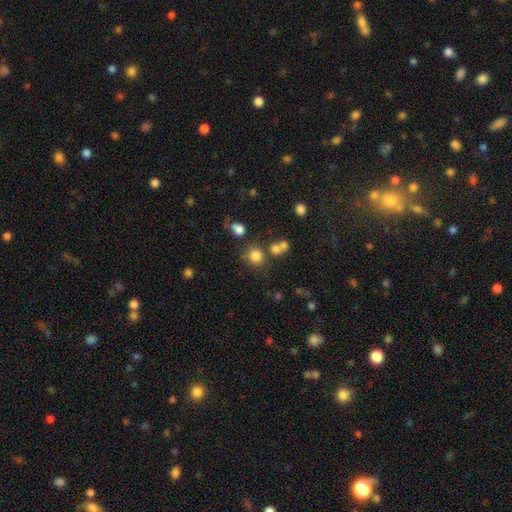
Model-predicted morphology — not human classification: Q: Smooth or featured?
A: smooth (78%); runner-up: star or artifact (15%)
Q: How rounded?
A: round (87%); runner-up: in between (12%)
Q: Merging?
A: none (66%); runner-up: merger (18%)